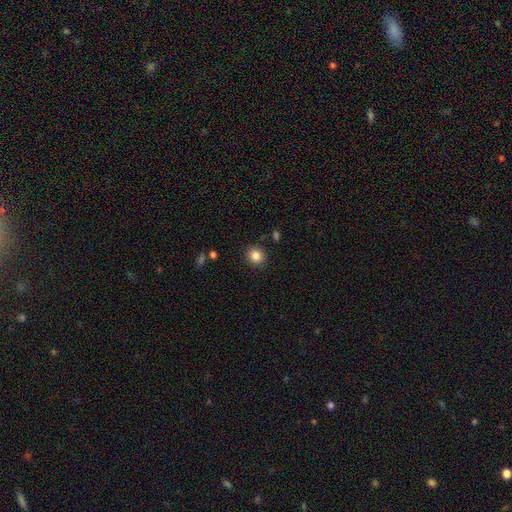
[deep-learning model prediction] A smooth galaxy with no disk features (85%) that is round (85%). Merging: none (89%).